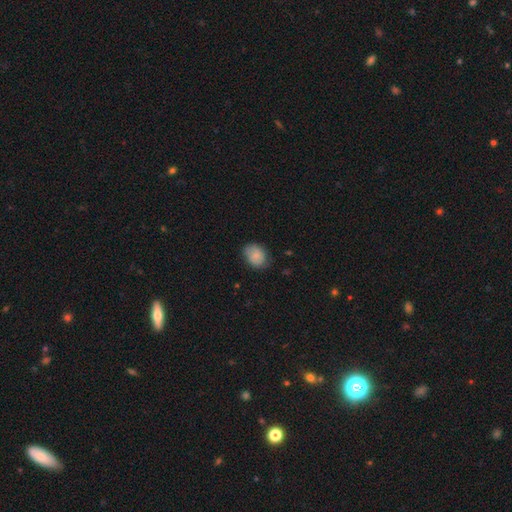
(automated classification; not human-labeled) The model was most divided on "how rounded": in between: 53%, round: 46%, cigar-shaped: 1%. More confident: smooth or featured — smooth (79%); merging — none (71%).